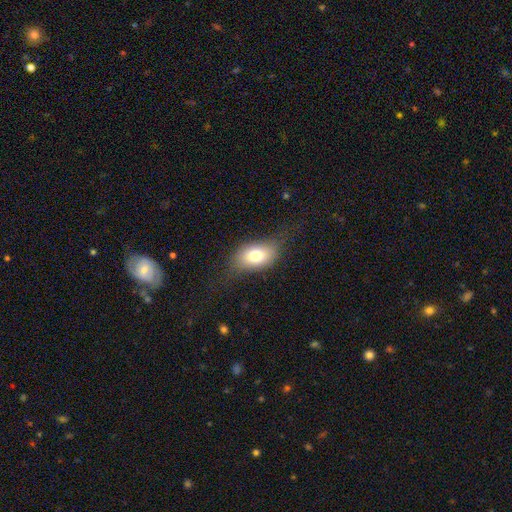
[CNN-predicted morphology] Q: Smooth or featured?
A: smooth (74%); runner-up: featured or disk (18%)
Q: How rounded?
A: in between (85%); runner-up: round (12%)
Q: Merging?
A: none (67%); runner-up: minor disturbance (22%)